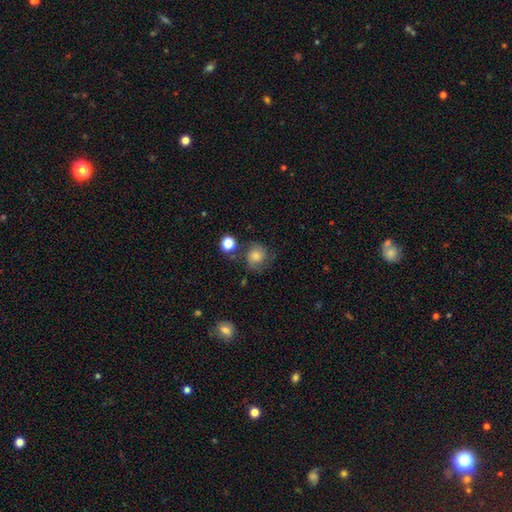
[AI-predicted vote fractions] Morphology: type=smooth (46%); merging=none (68%).